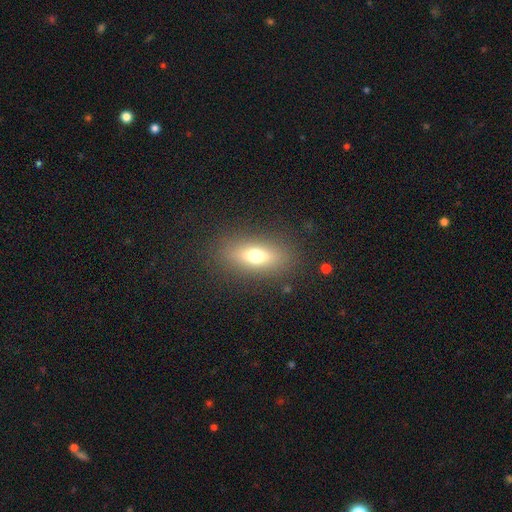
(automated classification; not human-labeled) A smooth galaxy with no disk features (68%) that is in between round and cigar-shaped (73%).

Vote fractions:
- Smooth or featured? smooth: 68% / featured or disk: 21% / star or artifact: 11%
- How rounded? in between: 73% / cigar-shaped: 18% / round: 9%
- Merging? none: 86% / minor disturbance: 9% / major disturbance: 4% / merger: 1%